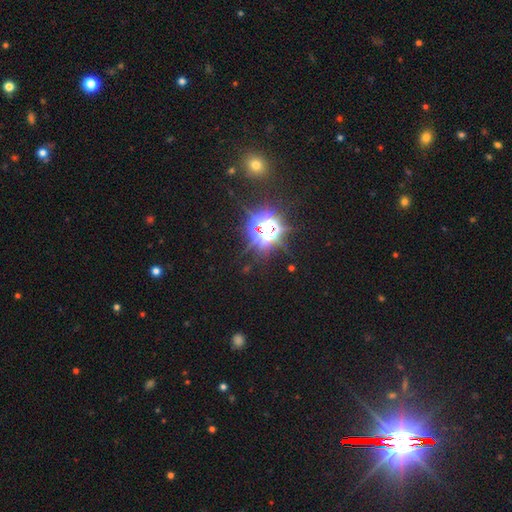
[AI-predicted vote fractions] A star or artifact, not a galaxy (80%).

Vote fractions:
- Smooth or featured? star or artifact: 80% / smooth: 14% / featured or disk: 6%